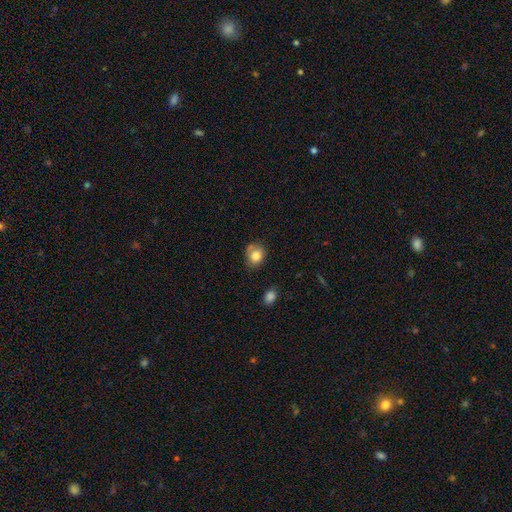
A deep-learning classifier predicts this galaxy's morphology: The model was most divided on "how rounded": round: 58%, in between: 41%, cigar-shaped: 1%. More confident: smooth or featured — smooth (79%); merging — none (58%).